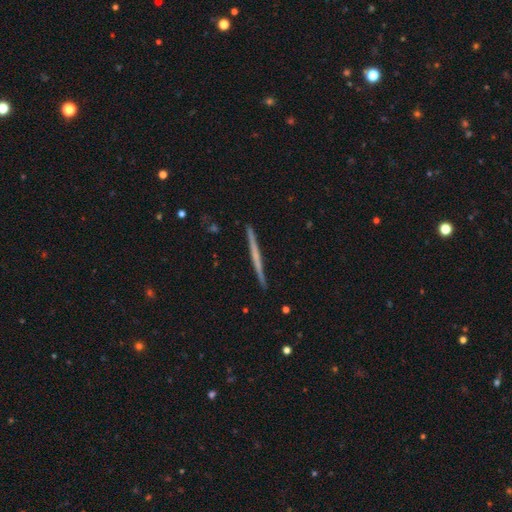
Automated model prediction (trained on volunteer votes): A featured or disk galaxy (59%) viewed edge-on (98%) with no central bulge (85%).

Vote fractions:
- Smooth or featured? featured or disk: 59% / smooth: 35% / star or artifact: 6%
- Edge-on disk? yes: 98% / no: 2%
- Edge-on bulge? none: 85% / rounded: 11% / boxy: 4%
- Merging? none: 93% / minor disturbance: 5% / major disturbance: 1% / merger: 1%